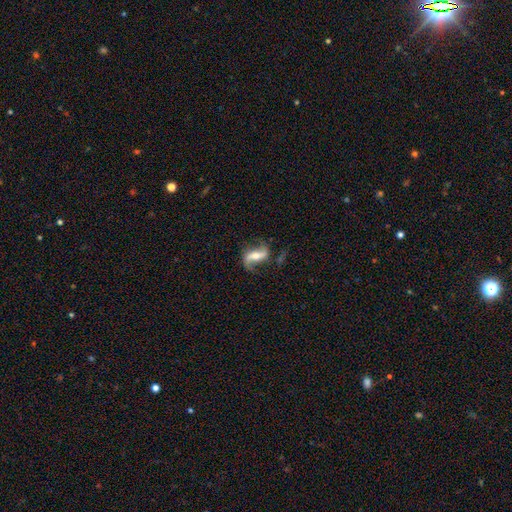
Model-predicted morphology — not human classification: A featured or disk galaxy (78%) with a strong bar (48%), 2 (89%) loose (74%) spiral arms (91%) and a moderate central bulge (59%).

Vote fractions:
- Smooth or featured? featured or disk: 78% / smooth: 16% / star or artifact: 7%
- Edge-on disk? no: 91% / yes: 9%
- Bar? strong: 48% / weak: 29% / no: 22%
- Spiral arms? yes: 91% / no: 9%
- Spiral winding? loose: 74% / medium: 19% / tight: 6%
- Spiral arm count? 2: 89% / 1: 5% / can't tell: 3% / 3: 1% / 4: 1% / more than 4: 1%
- Bulge size? moderate: 59% / small: 30% / large: 7% / none: 3% / dominant: 2%
- Merging? none: 70% / minor disturbance: 17% / major disturbance: 10% / merger: 2%